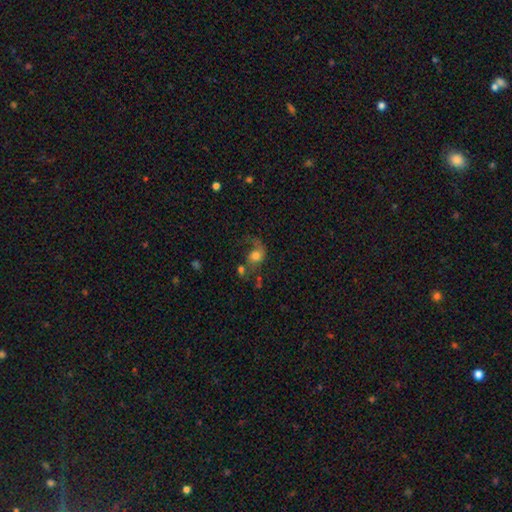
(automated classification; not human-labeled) smooth_or_featured: smooth (p=0.55) [alt: featured or disk p=0.33]
how_rounded: round (p=0.51) [alt: in between p=0.47]
merging: major disturbance (p=0.33) [alt: none p=0.31]